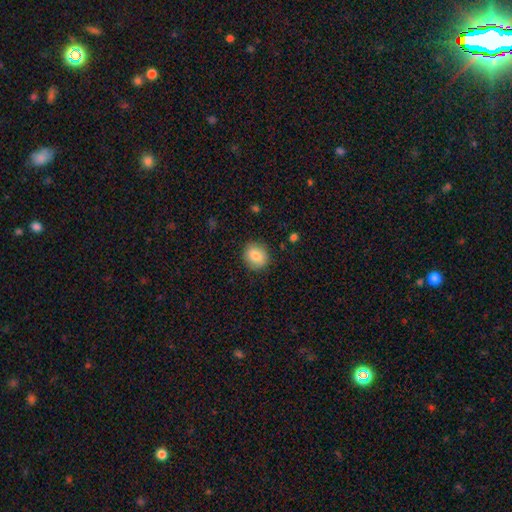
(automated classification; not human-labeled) This is clearly a smooth galaxy (83%). How rounded: likely round (77%). Merging: clearly none (87%).